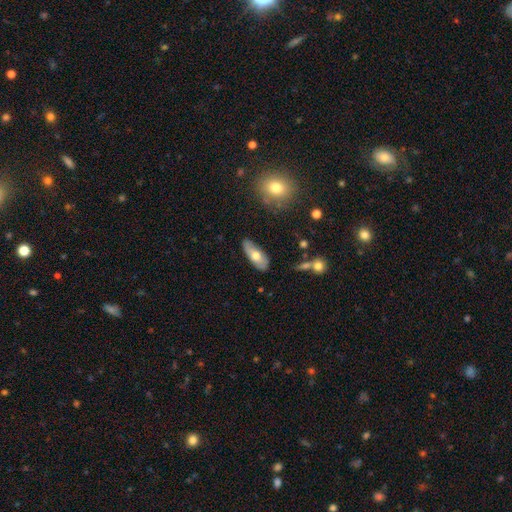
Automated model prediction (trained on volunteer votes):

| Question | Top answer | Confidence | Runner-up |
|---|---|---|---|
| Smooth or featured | smooth | 62% | featured or disk (31%) |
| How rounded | in between | 78% | cigar-shaped (19%) |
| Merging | none | 70% | minor disturbance (22%) |